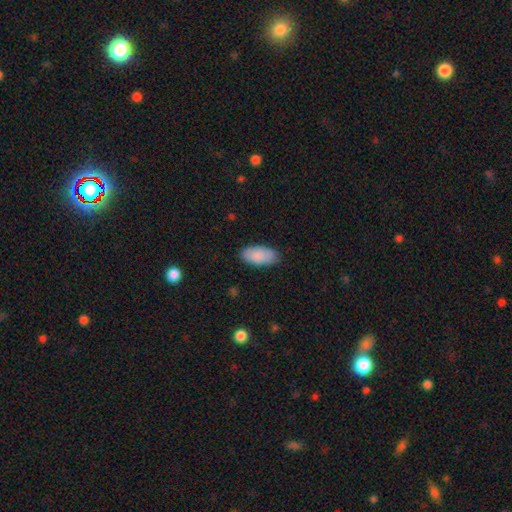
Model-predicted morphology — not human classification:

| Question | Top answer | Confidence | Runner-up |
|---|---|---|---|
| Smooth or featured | smooth | 89% | star or artifact (6%) |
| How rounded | in between | 93% | cigar-shaped (5%) |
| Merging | none | 85% | minor disturbance (11%) |